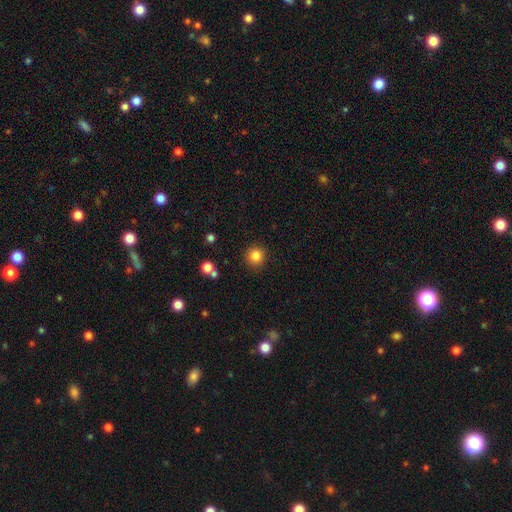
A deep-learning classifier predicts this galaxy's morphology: Smooth or featured: smooth — 84% (star or artifact — 11%)
How rounded: round — 93% (in between — 6%)
Merging: none — 89% (minor disturbance — 7%)